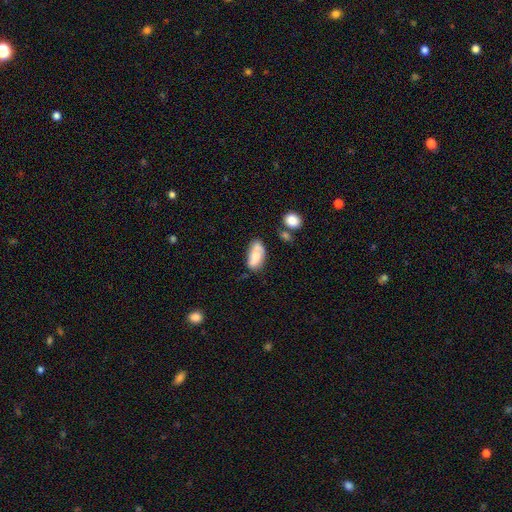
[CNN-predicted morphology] Smooth or featured? Predicted: smooth (p=0.68). How rounded? Predicted: in between (p=0.90). Merging? Predicted: none (p=0.56).